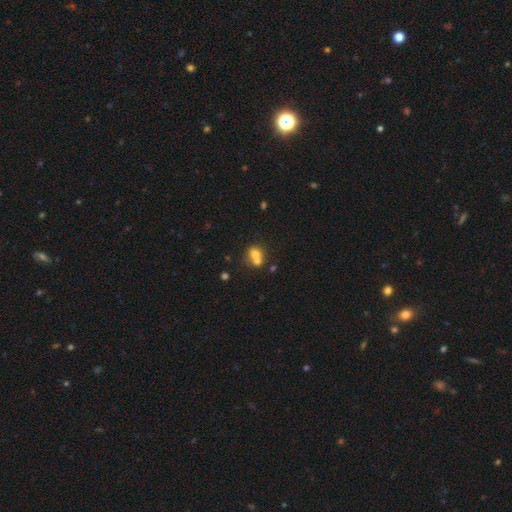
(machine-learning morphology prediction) type=smooth (68%); roundness=round (65%); merging=merger (60%).